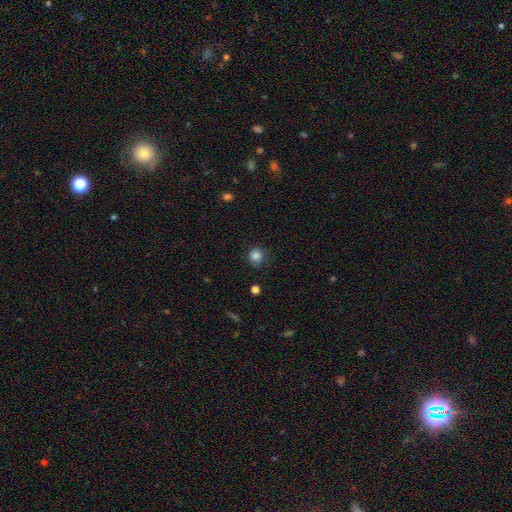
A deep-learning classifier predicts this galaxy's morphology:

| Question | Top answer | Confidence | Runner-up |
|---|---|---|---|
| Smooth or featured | smooth | 84% | star or artifact (11%) |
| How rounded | round | 85% | in between (14%) |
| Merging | none | 79% | minor disturbance (16%) |